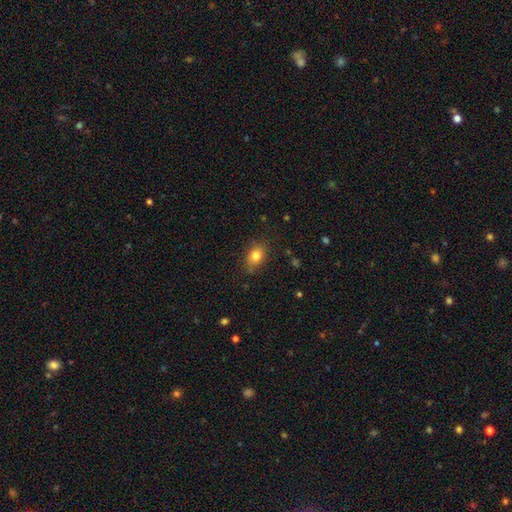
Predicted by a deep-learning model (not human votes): Q: Smooth or featured?
A: smooth (81%); runner-up: star or artifact (10%)
Q: How rounded?
A: in between (69%); runner-up: round (30%)
Q: Merging?
A: none (80%); runner-up: minor disturbance (15%)